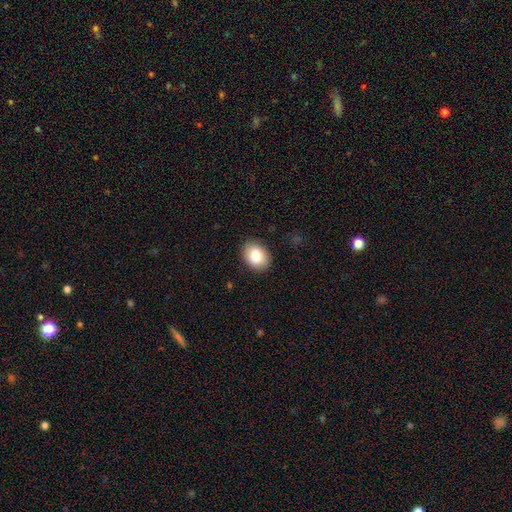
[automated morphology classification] smooth_or_featured: smooth (p=0.82) [alt: featured or disk p=0.10]
how_rounded: in between (p=0.71) [alt: round p=0.28]
merging: none (p=0.89) [alt: minor disturbance p=0.08]